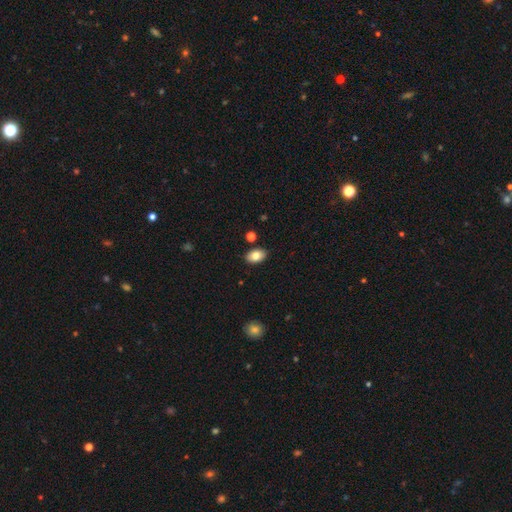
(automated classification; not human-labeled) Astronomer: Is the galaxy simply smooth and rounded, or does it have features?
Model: smooth — 83%.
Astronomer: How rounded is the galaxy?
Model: in between — 90%.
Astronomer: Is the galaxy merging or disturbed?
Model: none — 86%.